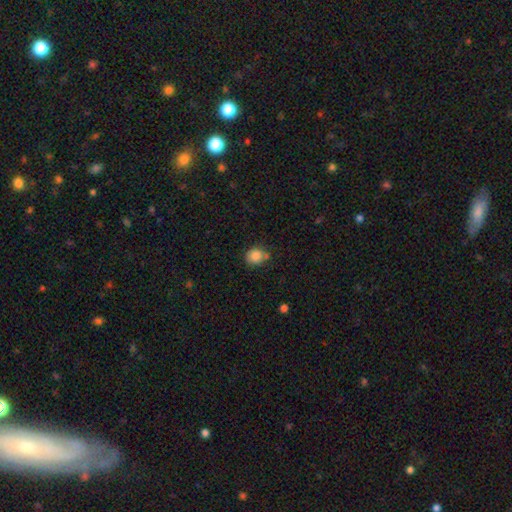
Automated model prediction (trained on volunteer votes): smooth_or_featured: smooth (p=0.85) [alt: star or artifact p=0.10]
how_rounded: round (p=0.76) [alt: in between p=0.23]
merging: none (p=0.66) [alt: minor disturbance p=0.20]